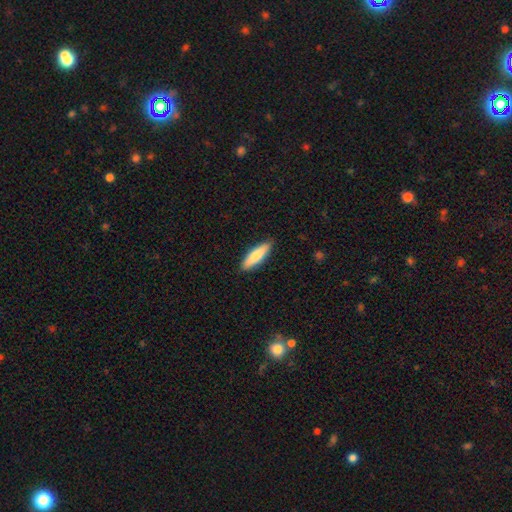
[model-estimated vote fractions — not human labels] This is likely a smooth galaxy (80%). How rounded: likely cigar-shaped (65%). Merging: clearly none (89%).